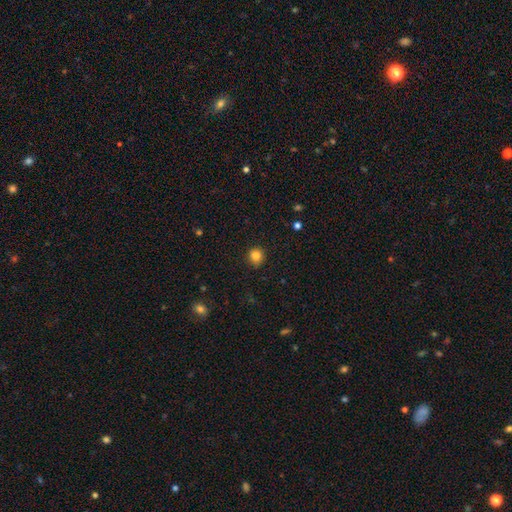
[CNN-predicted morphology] Smooth or featured: smooth — 83% (star or artifact — 12%)
How rounded: round — 88% (in between — 11%)
Merging: none — 86% (minor disturbance — 10%)